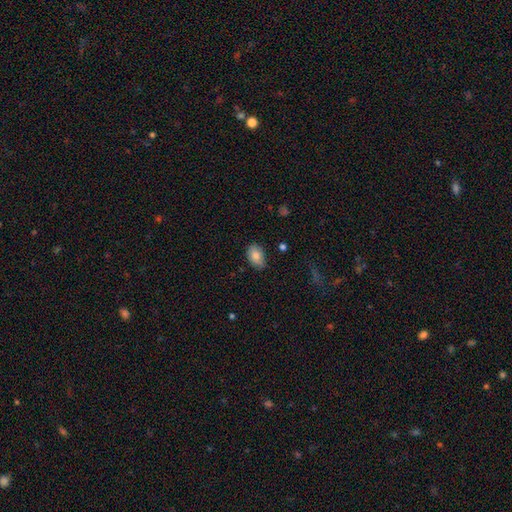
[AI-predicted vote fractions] Smooth or featured: smooth — 83% (featured or disk — 9%)
How rounded: in between — 84% (round — 14%)
Merging: none — 71% (minor disturbance — 23%)